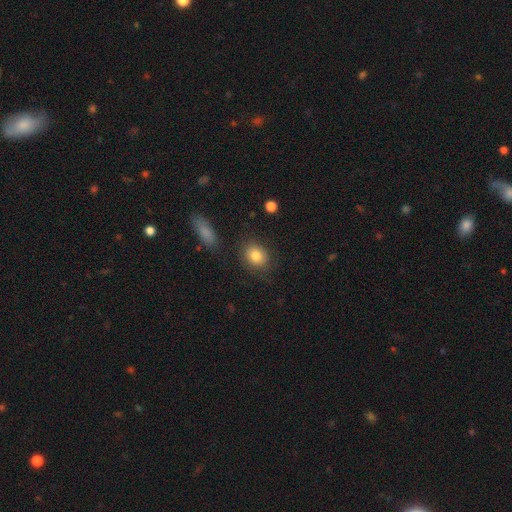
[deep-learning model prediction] Smooth or featured? Predicted: smooth (p=0.82). How rounded? Predicted: round (p=0.60). Merging? Predicted: none (p=0.82).